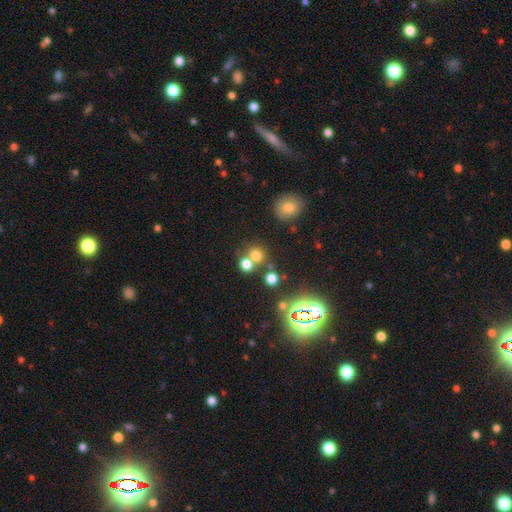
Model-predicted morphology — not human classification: A smooth galaxy with no disk features (67%) that is round (83%). Merging: none (54%).